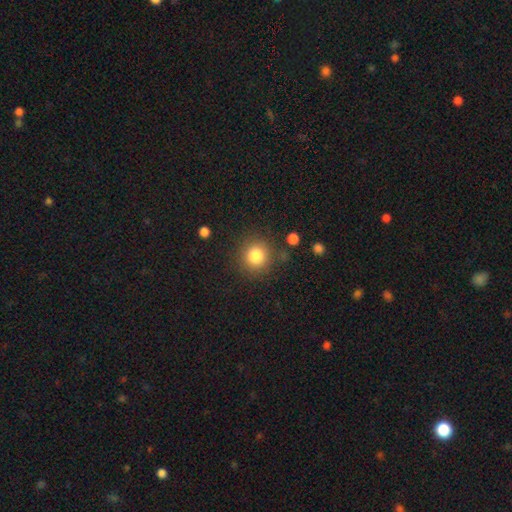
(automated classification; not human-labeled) Overall: smooth (82%). How rounded: round (92%). Merging: none (85%).